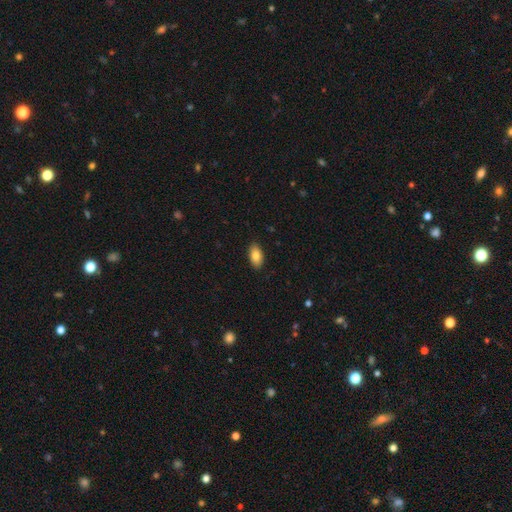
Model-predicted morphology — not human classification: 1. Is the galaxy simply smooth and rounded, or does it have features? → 82% smooth, 11% featured or disk, 7% star or artifact.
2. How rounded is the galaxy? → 93% in between, 4% round, 3% cigar-shaped.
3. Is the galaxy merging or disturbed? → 89% none, 9% minor disturbance, 2% major disturbance, 1% merger.